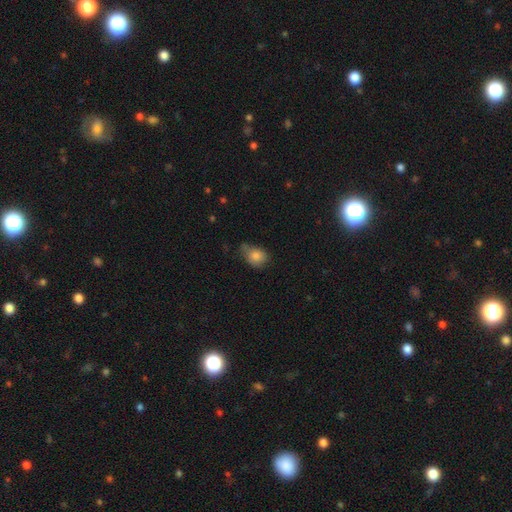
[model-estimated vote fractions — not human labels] Smooth or featured? smooth (83%)
How rounded? in between (55%)
Merging? none (48%)